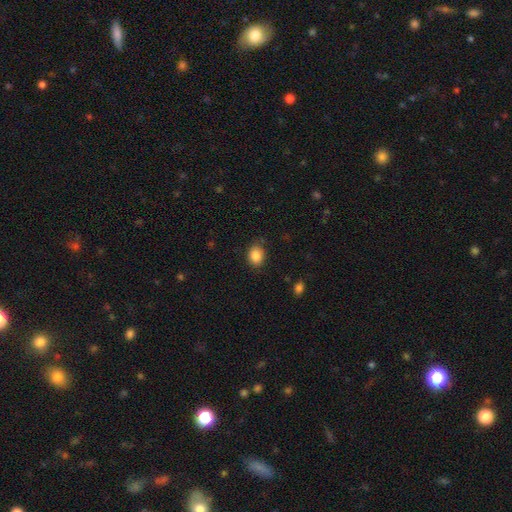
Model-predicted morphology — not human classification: type=smooth (86%); roundness=in between (50%); merging=none (82%).